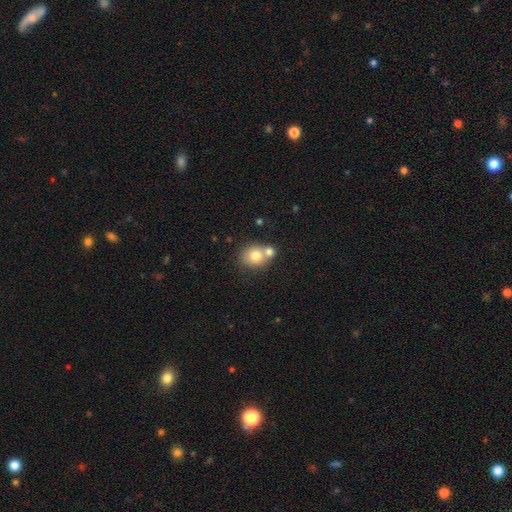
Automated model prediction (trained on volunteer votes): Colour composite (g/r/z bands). It shows a smooth galaxy with no disk features (75%) that is round (67%). Merging: none (45%).